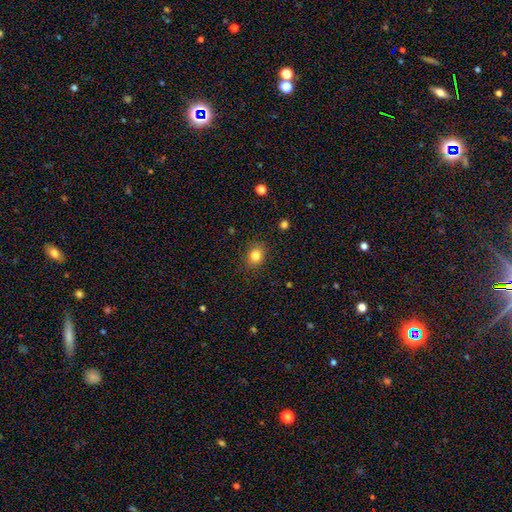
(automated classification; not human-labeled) smooth-or-featured: smooth: 82% | star or artifact: 12% | featured or disk: 7%
  how-rounded: round: 61% | in between: 38% | cigar-shaped: 1%
  merging: none: 86% | minor disturbance: 11% | major disturbance: 3% | merger: 1%